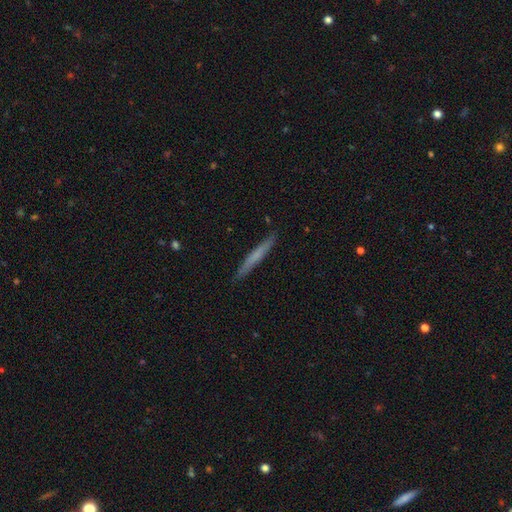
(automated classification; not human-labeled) smooth_or_featured: smooth (p=0.57) [alt: featured or disk p=0.37]
how_rounded: cigar-shaped (p=0.96) [alt: in between p=0.02]
merging: none (p=0.90) [alt: minor disturbance p=0.07]